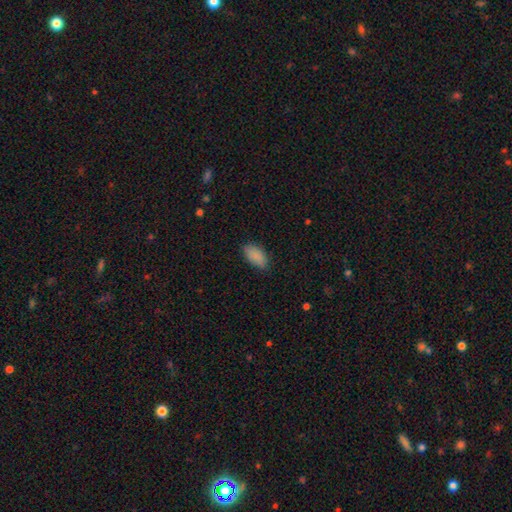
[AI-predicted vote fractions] Smooth or featured: smooth — 89% (star or artifact — 7%)
How rounded: in between — 94% (round — 3%)
Merging: none — 81% (minor disturbance — 15%)